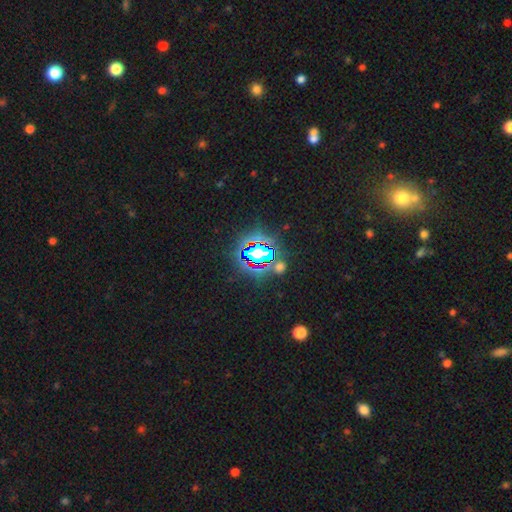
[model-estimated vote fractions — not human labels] A star or artifact, not a galaxy (80%).

Vote fractions:
- Smooth or featured? star or artifact: 80% / smooth: 12% / featured or disk: 8%